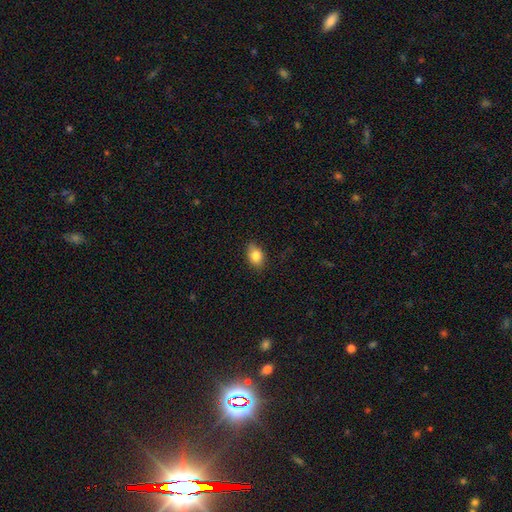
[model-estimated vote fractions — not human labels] A smooth galaxy with no disk features (83%) that is in between round and cigar-shaped (79%). Merging: none (84%).